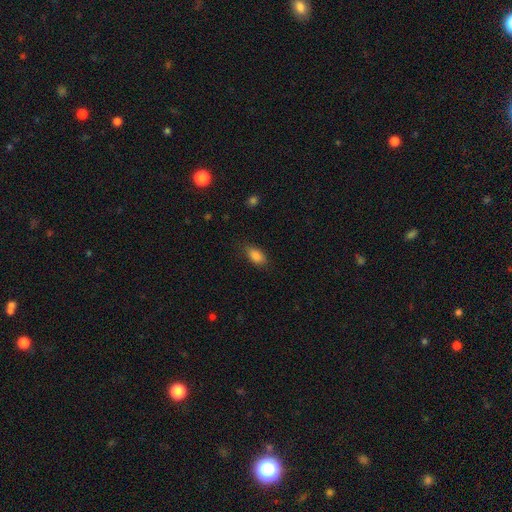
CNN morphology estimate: A smooth galaxy with no disk features (86%) that is in between round and cigar-shaped (89%). Merging: none (81%).